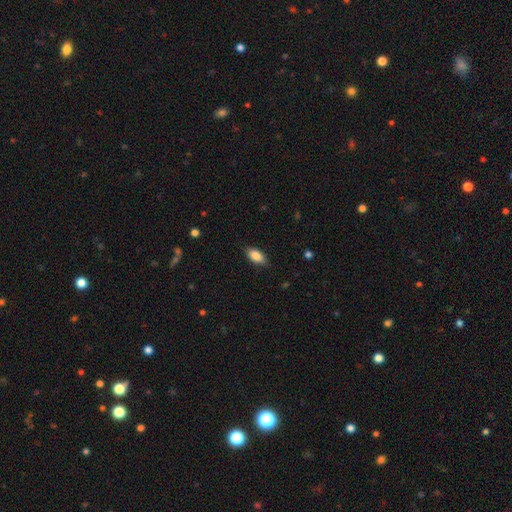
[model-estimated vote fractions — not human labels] Q: Smooth or featured?
A: smooth (85%); runner-up: featured or disk (8%)
Q: How rounded?
A: in between (89%); runner-up: cigar-shaped (7%)
Q: Merging?
A: none (83%); runner-up: minor disturbance (13%)